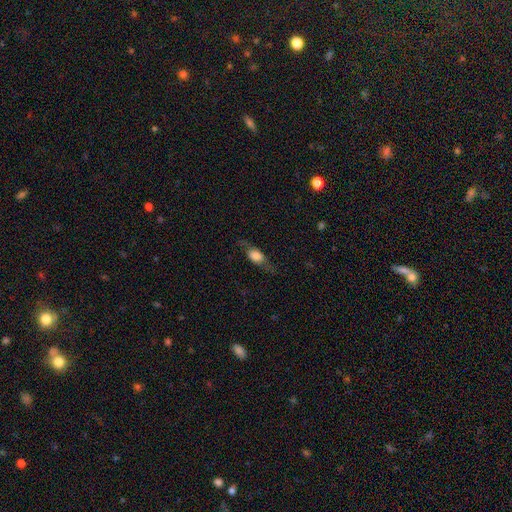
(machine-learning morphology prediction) Overall: smooth (57%; featured or disk 35%). How rounded: in between (68%). Merging: none (67%).